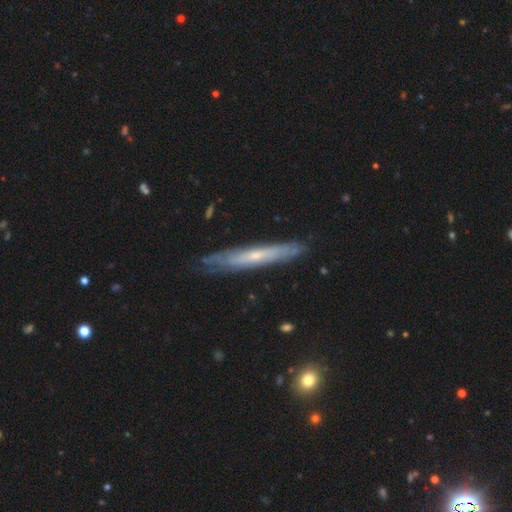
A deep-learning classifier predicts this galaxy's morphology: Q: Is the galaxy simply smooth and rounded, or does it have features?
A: featured or disk — 66%.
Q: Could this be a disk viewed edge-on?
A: yes — 74%.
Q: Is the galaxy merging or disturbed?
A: none — 78%.